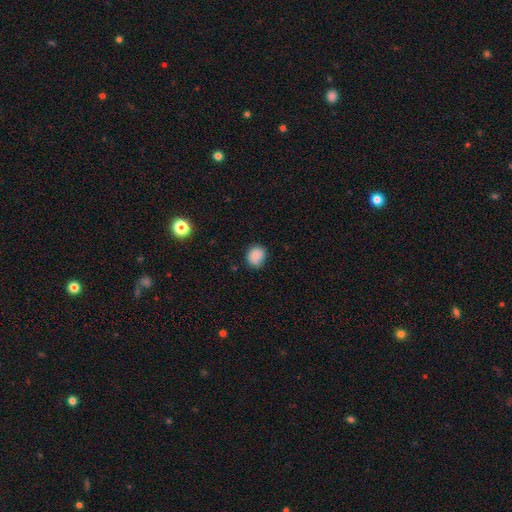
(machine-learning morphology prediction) Smooth or featured? smooth (85%)
How rounded? round (72%)
Merging? none (72%)